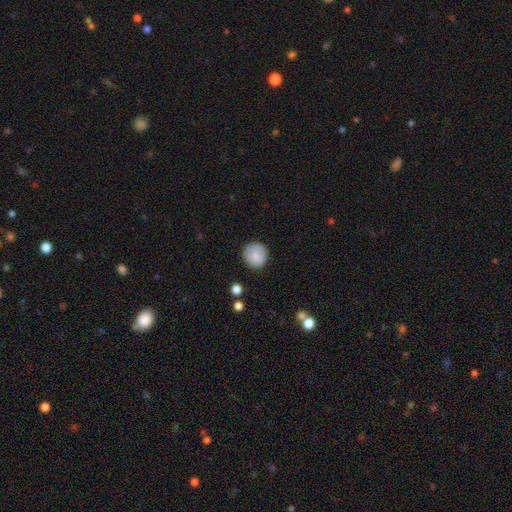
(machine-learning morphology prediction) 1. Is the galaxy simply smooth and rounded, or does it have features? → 87% smooth, 7% star or artifact, 6% featured or disk.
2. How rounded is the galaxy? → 94% round, 5% in between, 1% cigar-shaped.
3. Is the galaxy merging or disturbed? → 87% none, 9% minor disturbance, 2% major disturbance, 1% merger.